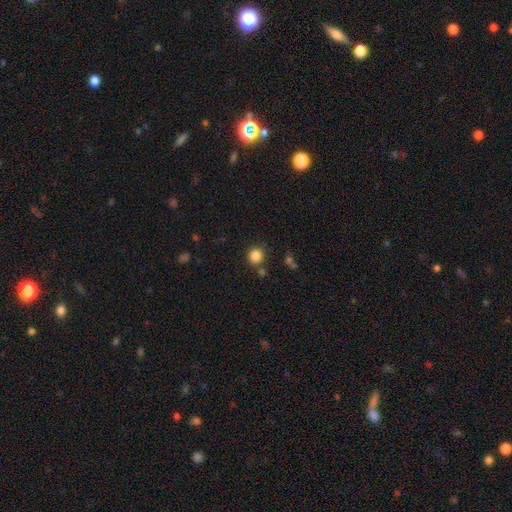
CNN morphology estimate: The model was most divided on "merging": none: 80%, minor disturbance: 9%, merger: 7%, major disturbance: 3%. More confident: how rounded — round (87%); smooth or featured — smooth (85%).